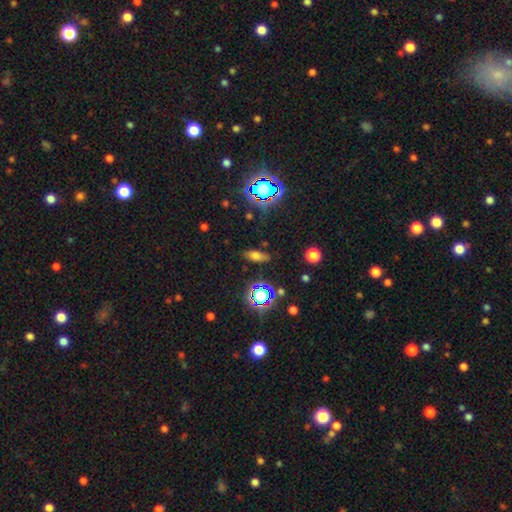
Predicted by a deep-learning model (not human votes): Overall: smooth (61%; star or artifact 21%). How rounded: in between (65%; cigar-shaped 28%). Merging: none (80%).